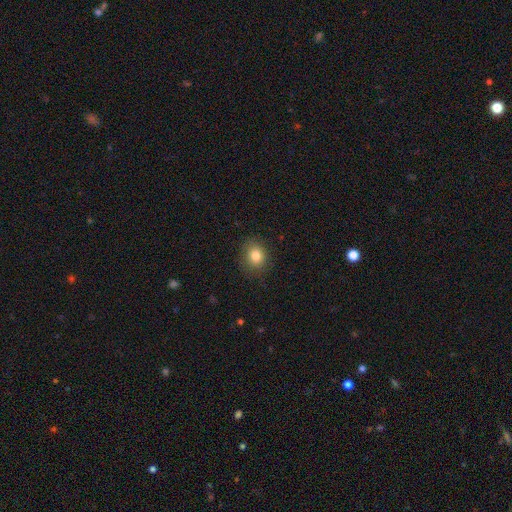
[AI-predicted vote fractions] smooth_or_featured: smooth (p=0.81) [alt: star or artifact p=0.11]
how_rounded: round (p=0.66) [alt: in between p=0.33]
merging: none (p=0.85) [alt: minor disturbance p=0.11]